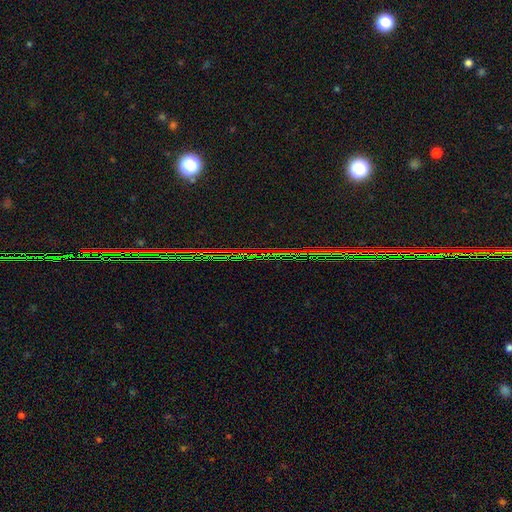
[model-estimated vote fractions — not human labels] This appears to be a star or artifact, not a galaxy (82%).